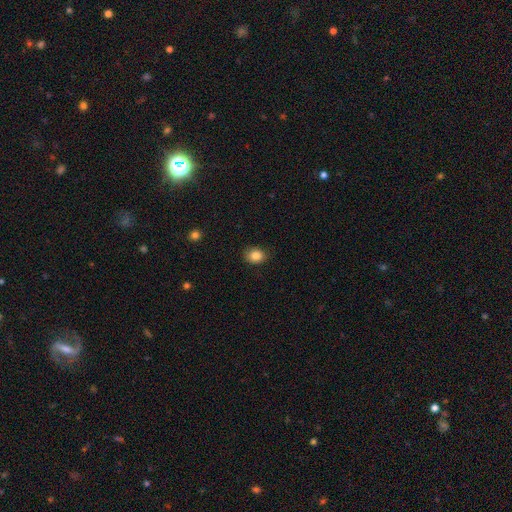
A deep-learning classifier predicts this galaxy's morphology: The model was most divided on "how rounded" (2-way tie): round: 50%, in between: 50%, cigar-shaped: 1%. More confident: smooth or featured — smooth (85%); merging — none (84%).